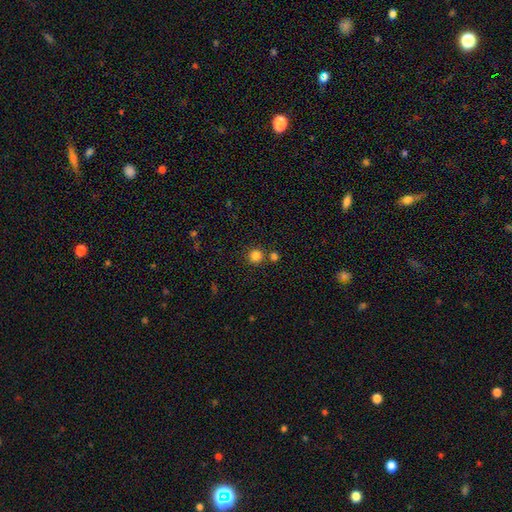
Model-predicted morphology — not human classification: Smooth or featured? smooth (83%)
How rounded? round (94%)
Merging? none (77%)